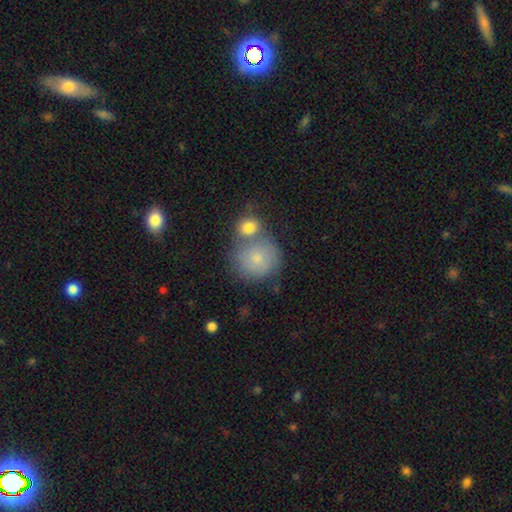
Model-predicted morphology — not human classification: type=smooth (75%); roundness=round (88%); merging=none (45%).